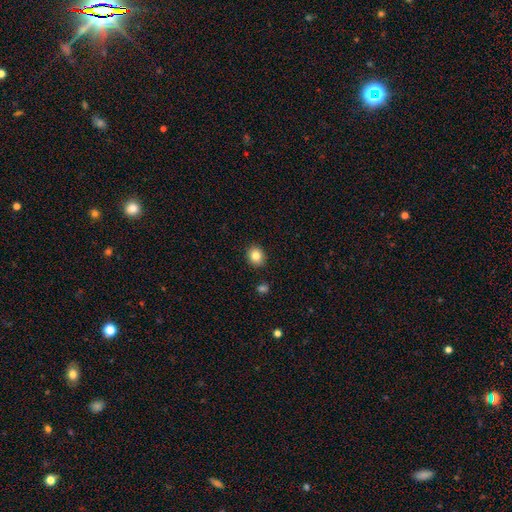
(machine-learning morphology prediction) Overall: smooth (83%). How rounded: round (74%). Merging: none (90%).